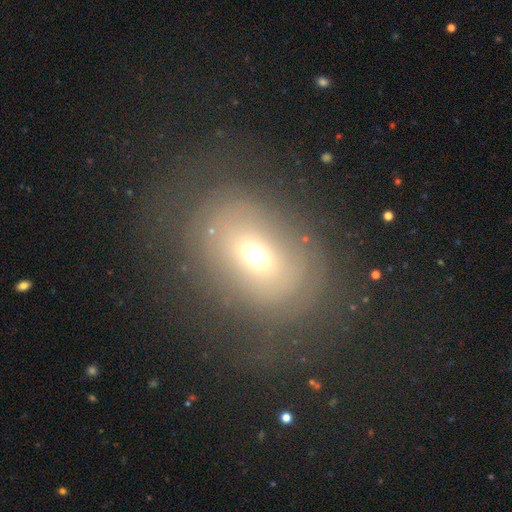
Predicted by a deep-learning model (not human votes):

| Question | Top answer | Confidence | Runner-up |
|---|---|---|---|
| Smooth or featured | smooth | 52% | featured or disk (32%) |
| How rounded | in between | 63% | round (35%) |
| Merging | none | 65% | minor disturbance (17%) |